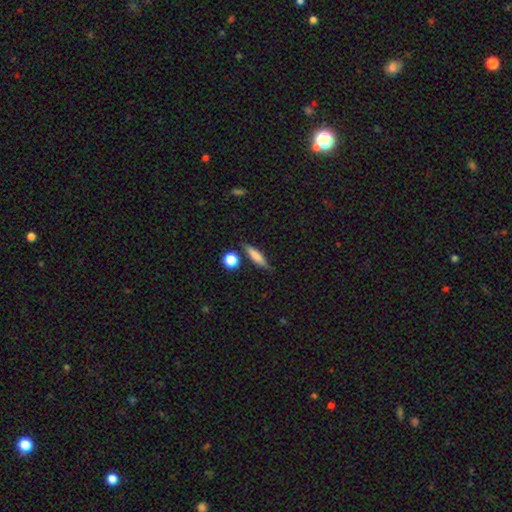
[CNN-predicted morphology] This appears to be a smooth galaxy with no disk features (69%) that is cigar-shaped (68%). Merging: none (79%).